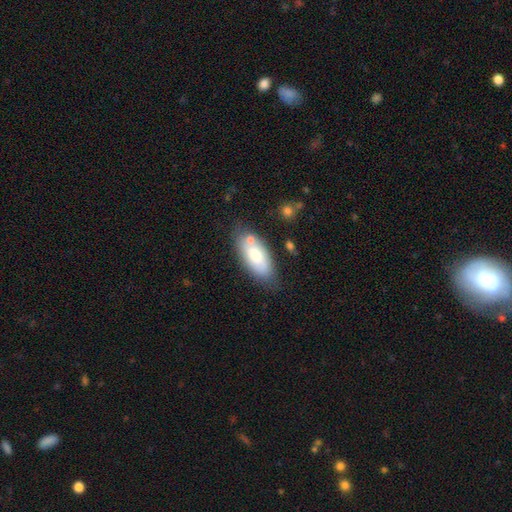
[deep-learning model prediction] Smooth or featured? Predicted: smooth (p=0.70). How rounded? Predicted: in between (p=0.87). Merging? Predicted: none (p=0.64).